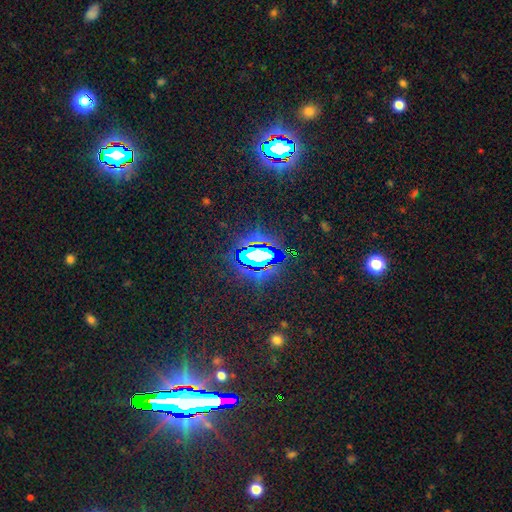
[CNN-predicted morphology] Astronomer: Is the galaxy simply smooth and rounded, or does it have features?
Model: star or artifact — 75%.